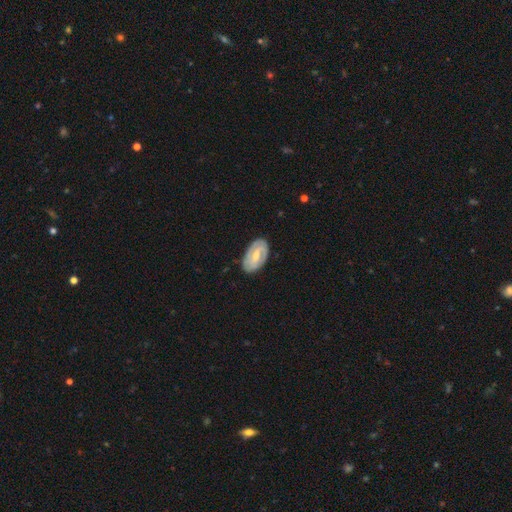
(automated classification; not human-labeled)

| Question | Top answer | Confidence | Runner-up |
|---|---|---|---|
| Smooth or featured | featured or disk | 66% | smooth (29%) |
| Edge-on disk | no | 95% | yes (5%) |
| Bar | weak | 52% | no (26%) |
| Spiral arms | yes | 80% | no (20%) |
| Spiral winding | tight | 58% | medium (31%) |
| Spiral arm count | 2 | 57% | can't tell (28%) |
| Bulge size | moderate | 51% | small (41%) |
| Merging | none | 81% | minor disturbance (14%) |